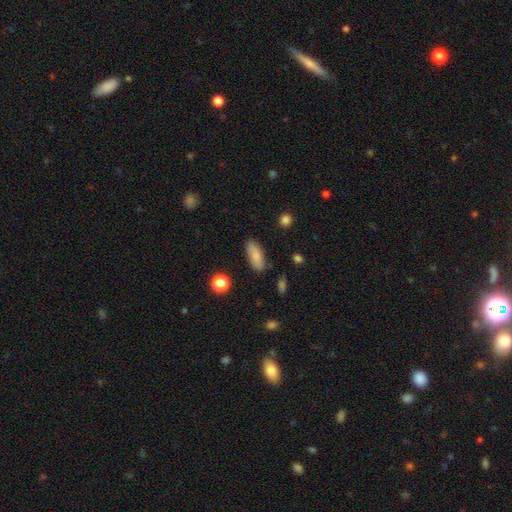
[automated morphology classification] Smooth or featured? Predicted: smooth (p=0.84). How rounded? Predicted: in between (p=0.79). Merging? Predicted: none (p=0.83).